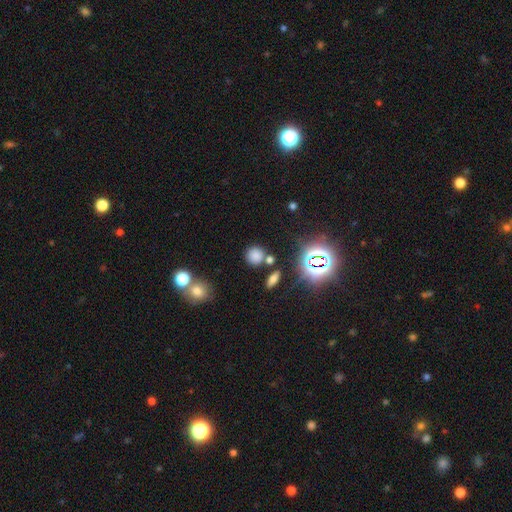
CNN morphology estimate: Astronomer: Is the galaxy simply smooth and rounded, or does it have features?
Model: smooth — 71%.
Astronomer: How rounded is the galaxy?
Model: round — 86%.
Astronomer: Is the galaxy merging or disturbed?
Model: none — 73%.